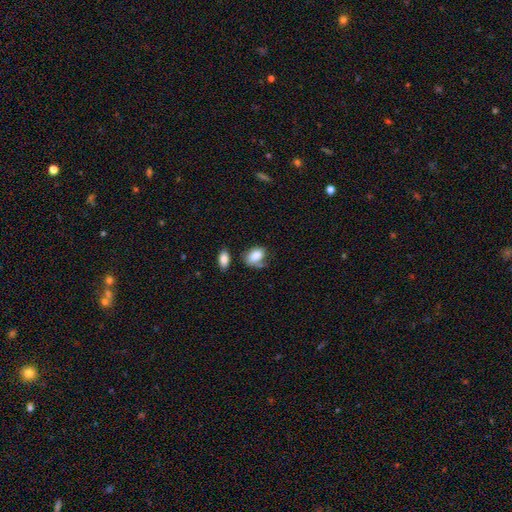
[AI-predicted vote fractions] Smooth or featured: smooth — 83% (featured or disk — 10%)
How rounded: in between — 85% (round — 13%)
Merging: none — 46% (minor disturbance — 26%)